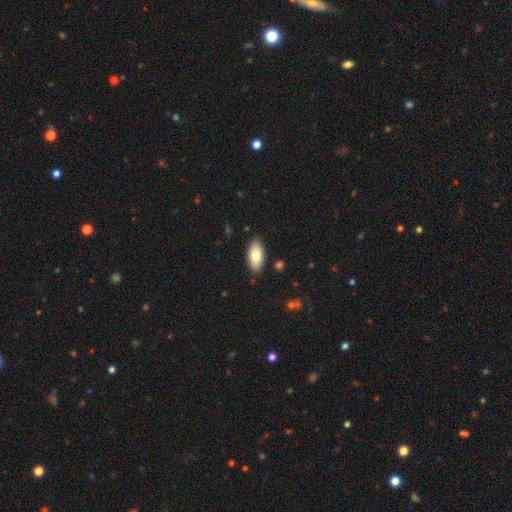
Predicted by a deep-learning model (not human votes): Smooth or featured? Predicted: smooth (p=0.78). How rounded? Predicted: in between (p=0.90). Merging? Predicted: none (p=0.88).